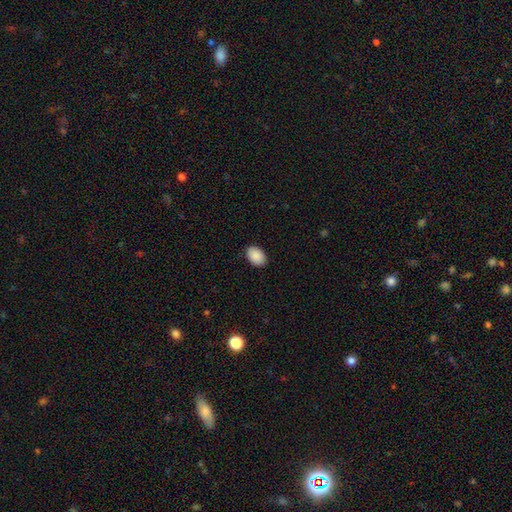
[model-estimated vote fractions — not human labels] Smooth or featured? smooth (90%)
How rounded? in between (87%)
Merging? none (89%)